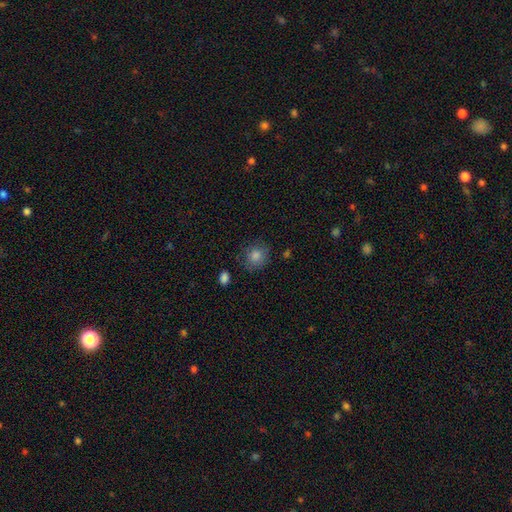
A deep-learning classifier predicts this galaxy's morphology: smooth 81%, star or artifact 11%, featured or disk 8%. Down the decision tree: how rounded — round (85%); merging — none (79%).